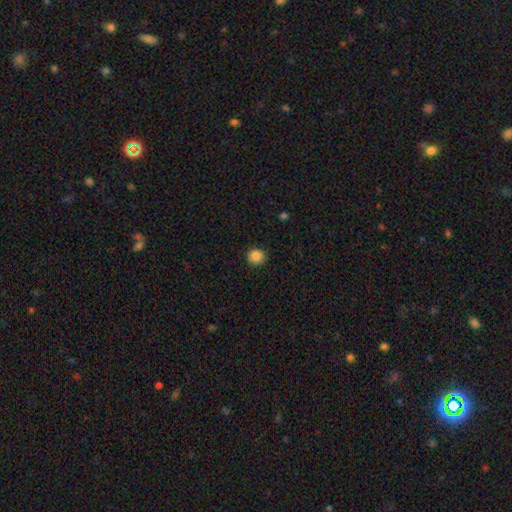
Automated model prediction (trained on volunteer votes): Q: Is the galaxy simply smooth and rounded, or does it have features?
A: smooth — 86%.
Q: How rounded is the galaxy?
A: round — 86%.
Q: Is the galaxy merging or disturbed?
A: none — 89%.